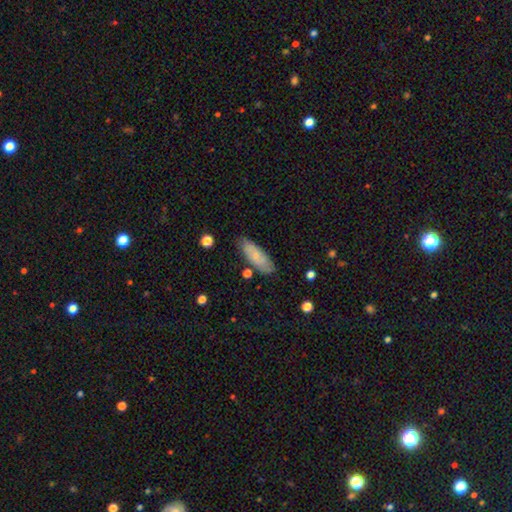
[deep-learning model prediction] Smooth or featured? Predicted: smooth (p=0.73). How rounded? Predicted: in between (p=0.66). Merging? Predicted: none (p=0.80).